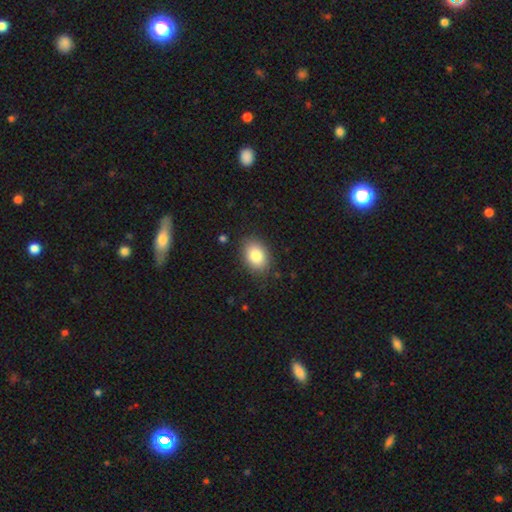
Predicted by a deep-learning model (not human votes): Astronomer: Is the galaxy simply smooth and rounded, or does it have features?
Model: smooth — 84%.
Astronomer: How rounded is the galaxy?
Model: in between — 78%.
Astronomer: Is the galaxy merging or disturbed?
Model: none — 85%.